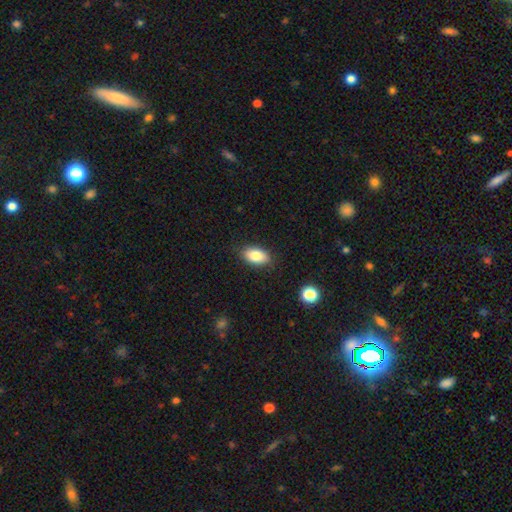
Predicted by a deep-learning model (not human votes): Smooth or featured? smooth (83%)
How rounded? in between (91%)
Merging? none (85%)